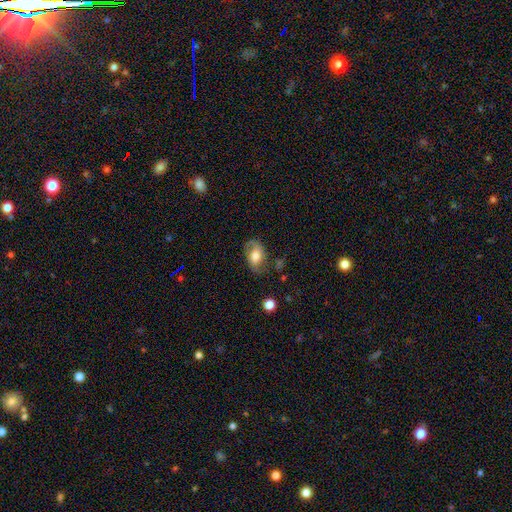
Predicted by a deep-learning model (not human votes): Smooth or featured?
  - featured or disk: 51% *
  - smooth: 41%
  - star or artifact: 8%
Edge-on disk?
  - no: 95% *
  - yes: 5%
Merging?
  - none: 61% *
  - minor disturbance: 23%
  - major disturbance: 13%
  - merger: 2%